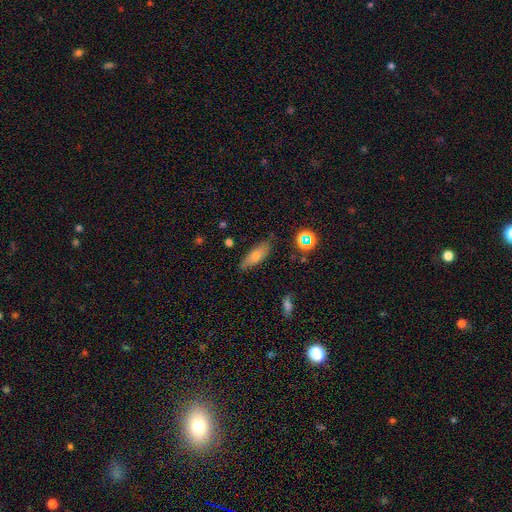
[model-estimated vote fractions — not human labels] The model was most divided on "how rounded": in between: 59%, cigar-shaped: 37%, round: 4%. More confident: merging — none (79%); smooth or featured — smooth (65%).